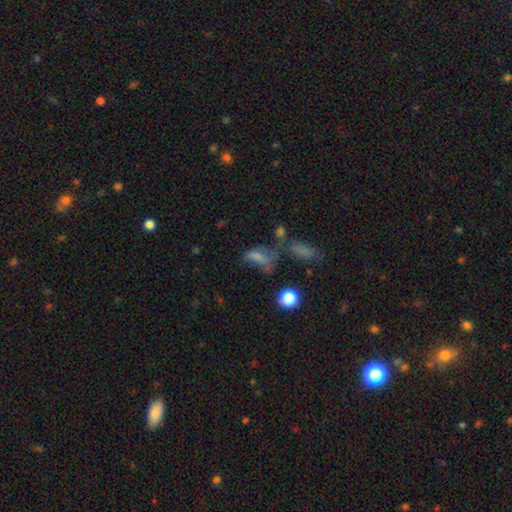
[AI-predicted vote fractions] smooth 59%, featured or disk 21%, star or artifact 20%. Down the decision tree: how rounded — in between (72%); merging — none (33%).